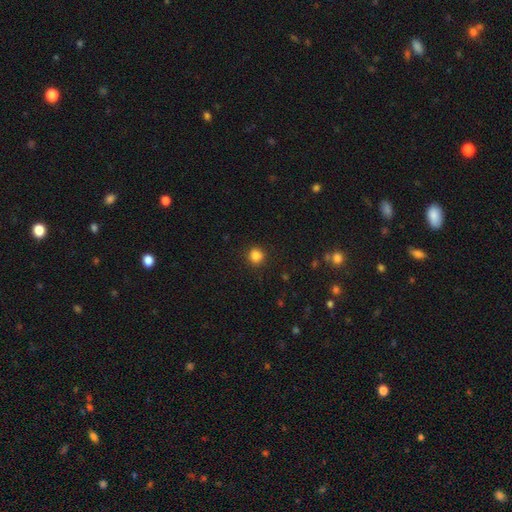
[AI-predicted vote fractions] Overall: smooth (84%). How rounded: round (91%). Merging: none (90%).